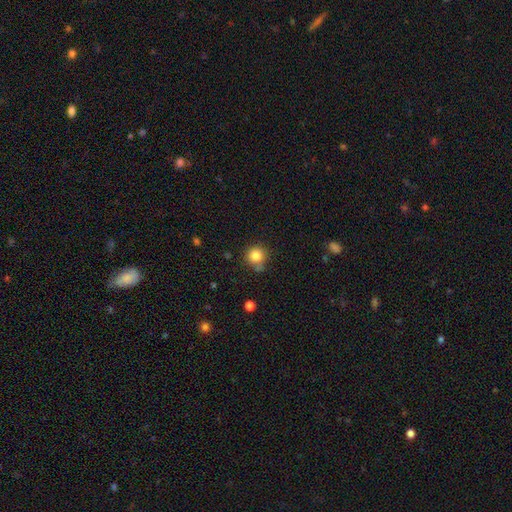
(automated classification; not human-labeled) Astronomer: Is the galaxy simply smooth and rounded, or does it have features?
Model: smooth — 84%.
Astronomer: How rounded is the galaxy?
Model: round — 92%.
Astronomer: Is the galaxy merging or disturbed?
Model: none — 71%.